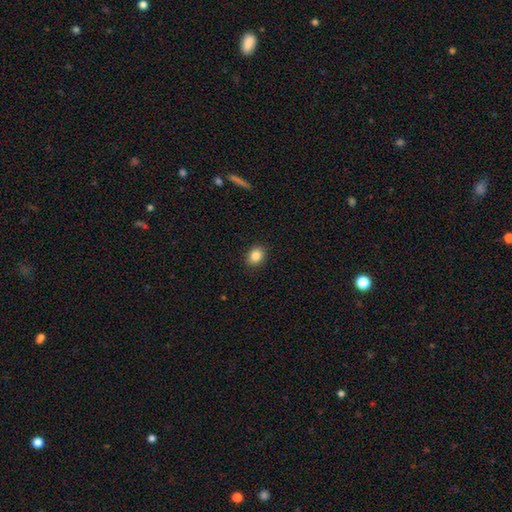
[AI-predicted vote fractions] Smooth or featured?
  - smooth: 86% *
  - star or artifact: 9%
  - featured or disk: 5%
How rounded?
  - round: 52% *
  - in between: 47%
  - cigar-shaped: 1%
Merging?
  - none: 90% *
  - minor disturbance: 7%
  - major disturbance: 2%
  - merger: 1%